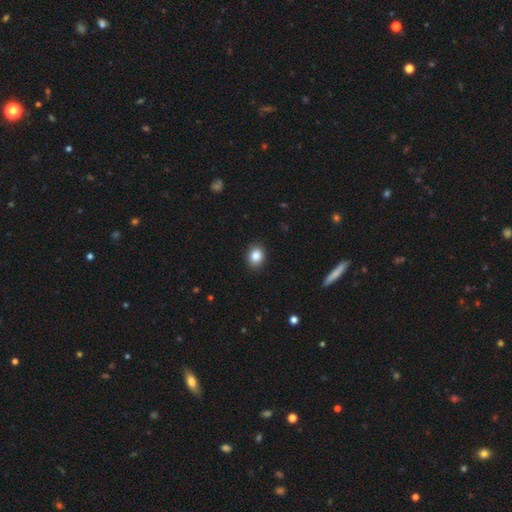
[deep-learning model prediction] A smooth galaxy with no disk features (86%) that is round (52%). Merging: none (88%).